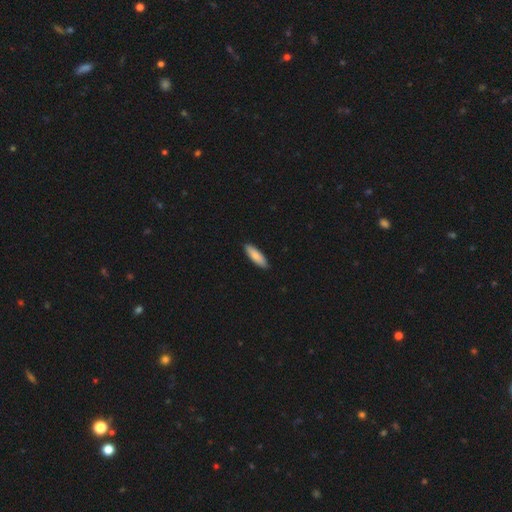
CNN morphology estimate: smooth-or-featured: smooth: 84% | featured or disk: 11% | star or artifact: 5%
  how-rounded: in between: 49% (tied) | cigar-shaped: 49% (tied) | round: 2%
  merging: none: 90% | minor disturbance: 8% | major disturbance: 1% | merger: 1%